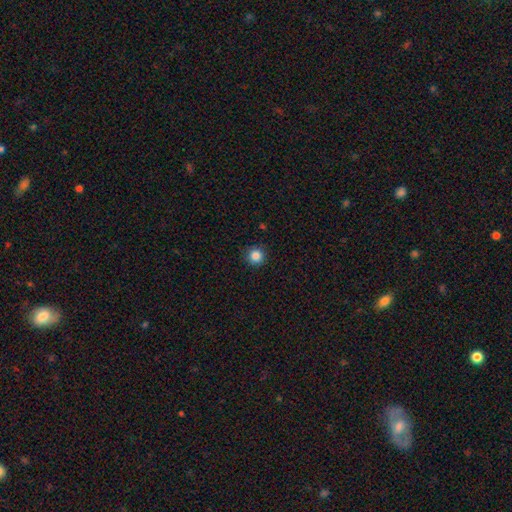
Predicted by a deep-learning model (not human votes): Smooth or featured: smooth — 84% (star or artifact — 11%)
How rounded: round — 96% (in between — 4%)
Merging: none — 91% (minor disturbance — 6%)